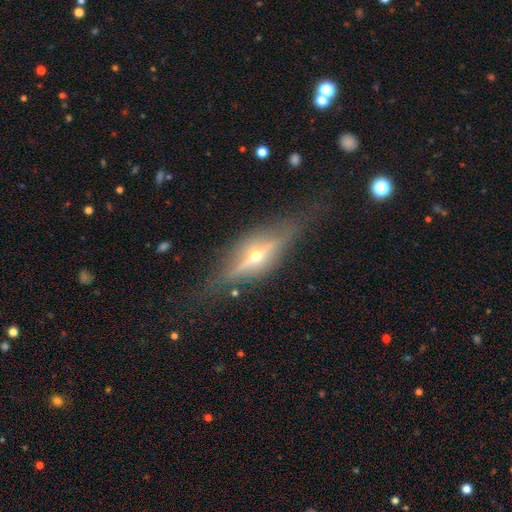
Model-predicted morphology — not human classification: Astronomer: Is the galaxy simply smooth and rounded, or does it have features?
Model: featured or disk — 76%.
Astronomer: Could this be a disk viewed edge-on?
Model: yes — 91%.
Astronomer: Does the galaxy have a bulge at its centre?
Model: rounded — 95%.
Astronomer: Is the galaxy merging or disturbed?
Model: none — 78%.